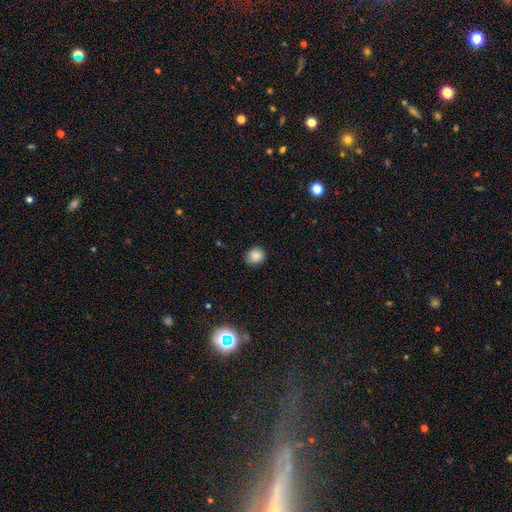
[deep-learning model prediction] Smooth or featured: smooth — 86% (star or artifact — 10%)
How rounded: round — 83% (in between — 16%)
Merging: none — 84% (minor disturbance — 13%)